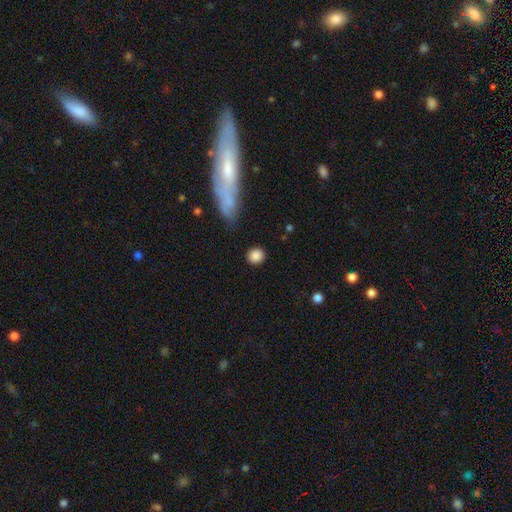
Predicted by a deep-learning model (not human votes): smooth 87%, star or artifact 9%, featured or disk 5%. Down the decision tree: how rounded — round (86%); merging — none (88%).